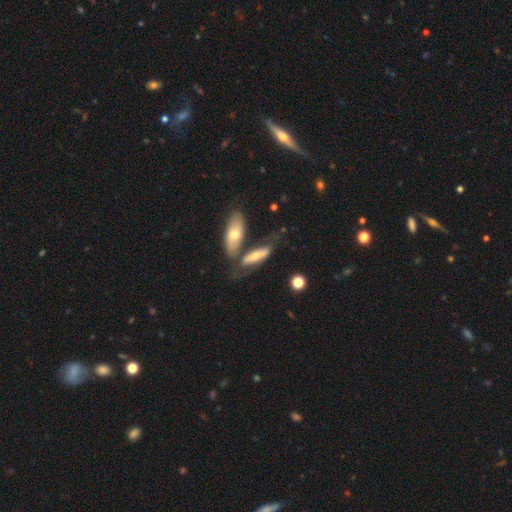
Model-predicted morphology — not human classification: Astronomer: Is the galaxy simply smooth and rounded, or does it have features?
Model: smooth — 48% (runner-up: featured or disk, 45%).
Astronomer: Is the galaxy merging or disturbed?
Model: none — 38% (runner-up: merger, 34%).